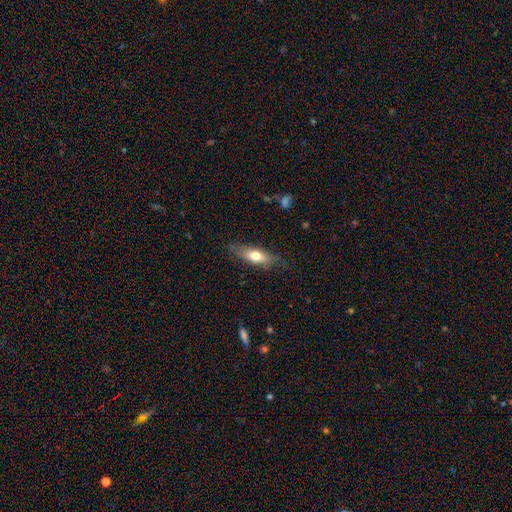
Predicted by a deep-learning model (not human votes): A smooth galaxy with no disk features (65%) that is in between round and cigar-shaped (59%).

Vote fractions:
- Smooth or featured? smooth: 65% / featured or disk: 29% / star or artifact: 6%
- How rounded? in between: 59% / cigar-shaped: 38% / round: 3%
- Merging? none: 76% / minor disturbance: 18% / major disturbance: 5% / merger: 1%